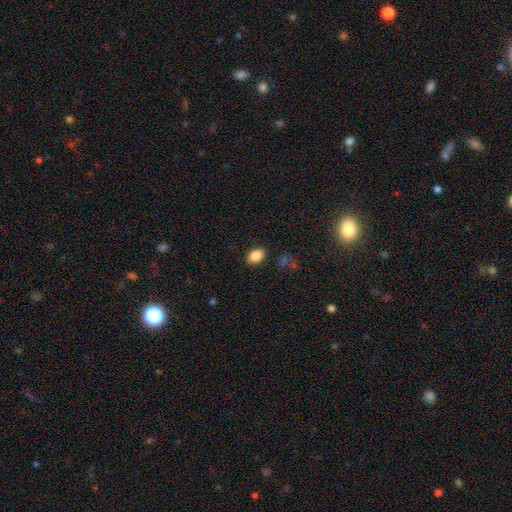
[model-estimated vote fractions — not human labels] Smooth or featured: smooth — 87% (star or artifact — 9%)
How rounded: in between — 85% (round — 13%)
Merging: none — 86% (minor disturbance — 10%)